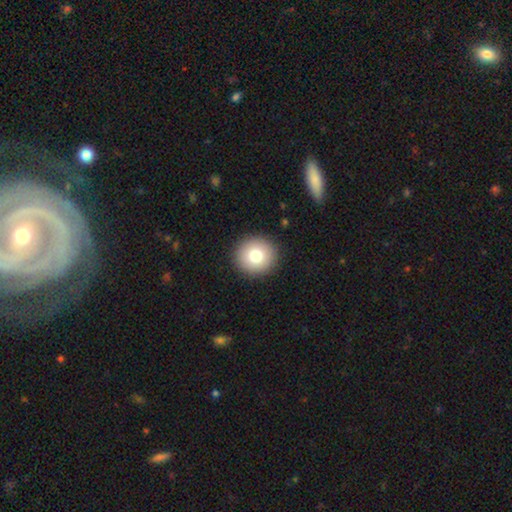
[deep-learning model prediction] Smooth or featured? smooth (81%)
How rounded? round (92%)
Merging? none (92%)